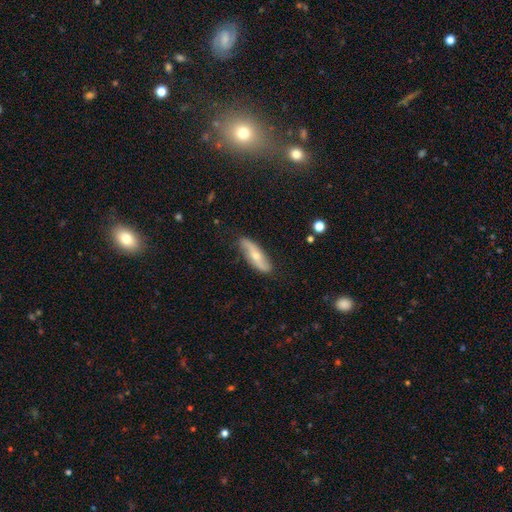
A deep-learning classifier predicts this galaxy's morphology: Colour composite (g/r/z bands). It shows a featured or disk galaxy (58%). Merging: none (80%).